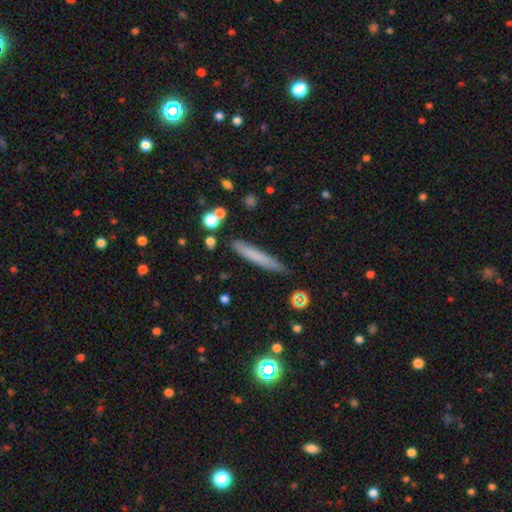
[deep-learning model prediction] Smooth or featured? smooth (70%)
How rounded? cigar-shaped (94%)
Merging? none (83%)